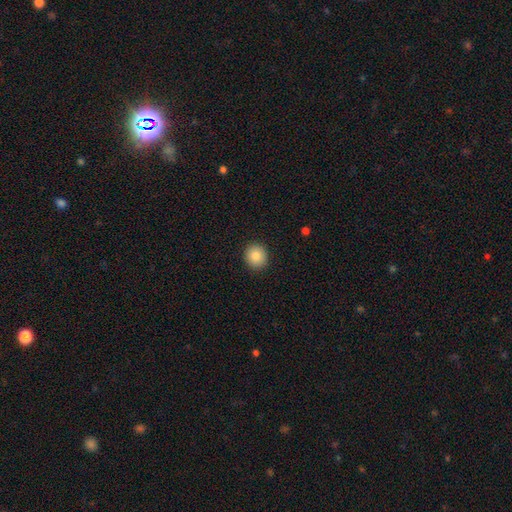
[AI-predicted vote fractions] Smooth or featured? smooth (85%)
How rounded? round (88%)
Merging? none (92%)